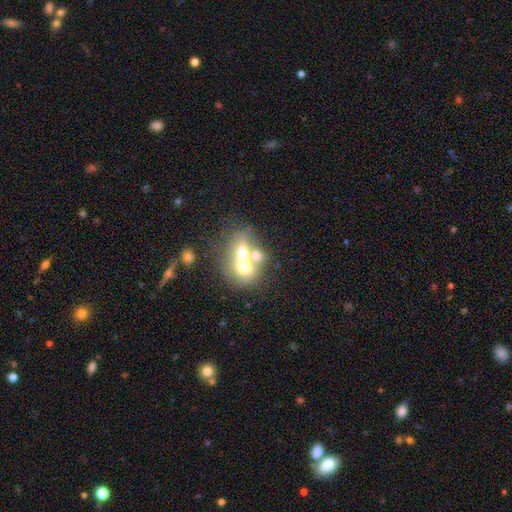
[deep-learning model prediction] This appears to be a smooth galaxy with no disk features (56%) that is round (51%). Merging: merger (68%).